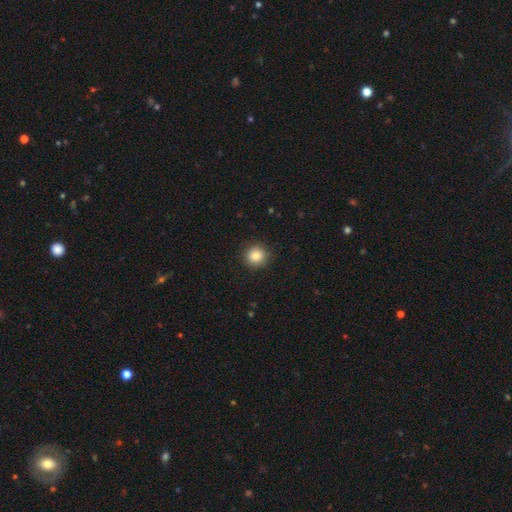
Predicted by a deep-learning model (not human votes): smooth_or_featured: smooth (p=0.85) [alt: star or artifact p=0.10]
how_rounded: round (p=0.92) [alt: in between p=0.07]
merging: none (p=0.91) [alt: minor disturbance p=0.06]